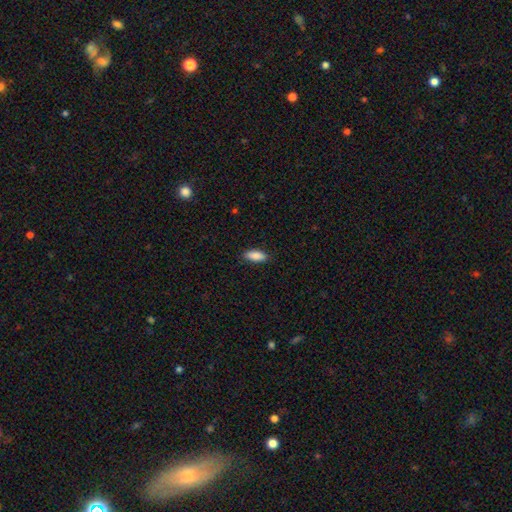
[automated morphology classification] smooth_or_featured: smooth (p=0.89) [alt: star or artifact p=0.06]
how_rounded: in between (p=0.77) [alt: cigar-shaped p=0.21]
merging: none (p=0.87) [alt: minor disturbance p=0.10]